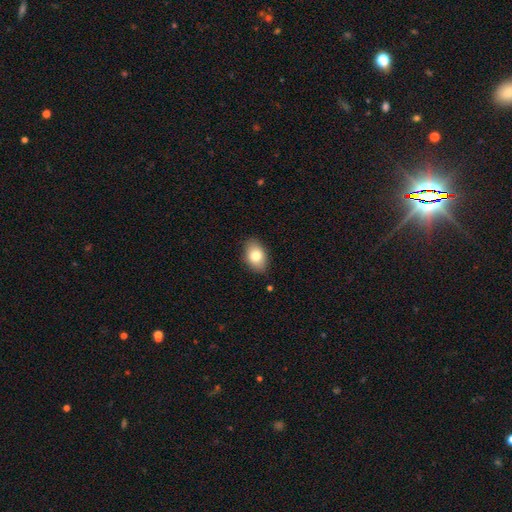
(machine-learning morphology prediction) smooth 80%, featured or disk 12%, star or artifact 8%. Down the decision tree: how rounded — in between (86%); merging — none (85%).